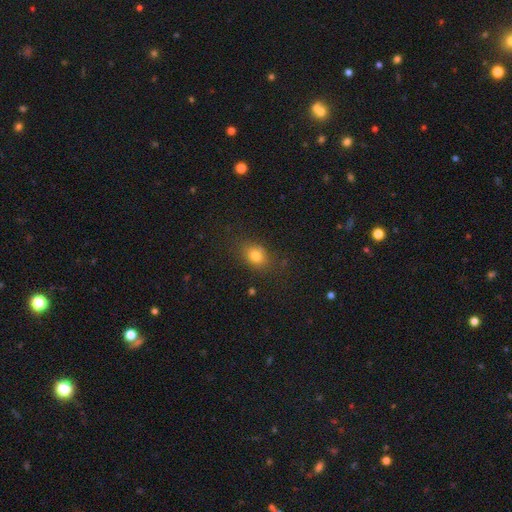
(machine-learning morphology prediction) This appears to be a smooth galaxy with no disk features (78%) that is in between round and cigar-shaped (65%). Merging: none (77%).